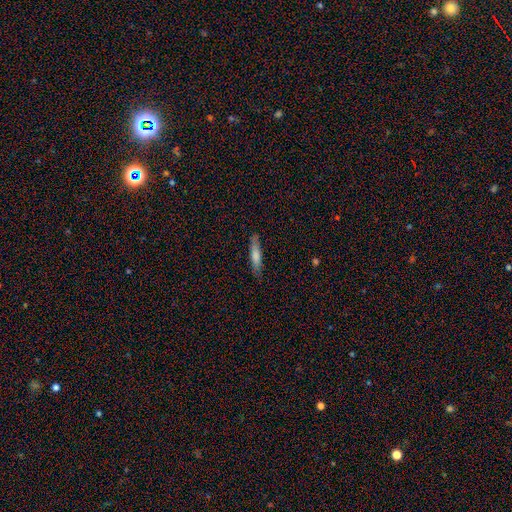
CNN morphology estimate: Smooth or featured? Predicted: smooth (p=0.70). How rounded? Predicted: cigar-shaped (p=0.82). Merging? Predicted: none (p=0.82).